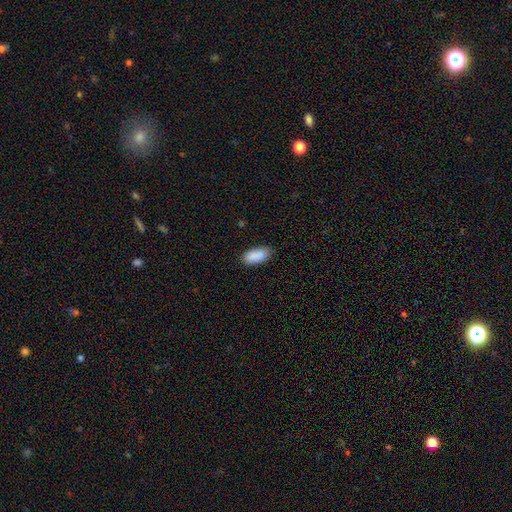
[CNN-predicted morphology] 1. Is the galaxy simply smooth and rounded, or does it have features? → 90% smooth, 7% star or artifact, 4% featured or disk.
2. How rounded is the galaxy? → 88% in between, 10% cigar-shaped, 2% round.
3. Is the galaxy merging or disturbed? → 82% none, 15% minor disturbance, 2% major disturbance, 1% merger.